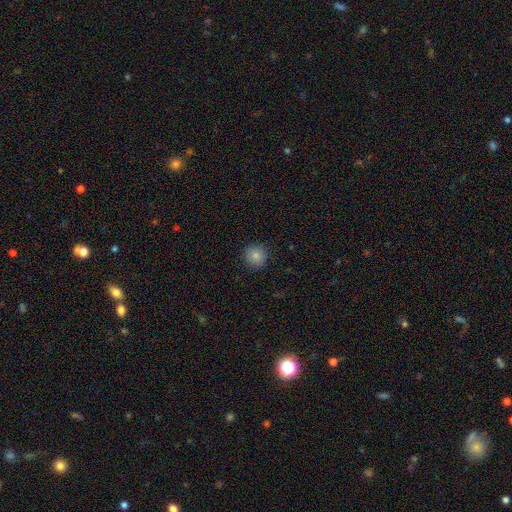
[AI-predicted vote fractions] Smooth or featured? Predicted: smooth (p=0.83). How rounded? Predicted: round (p=0.92). Merging? Predicted: none (p=0.89).